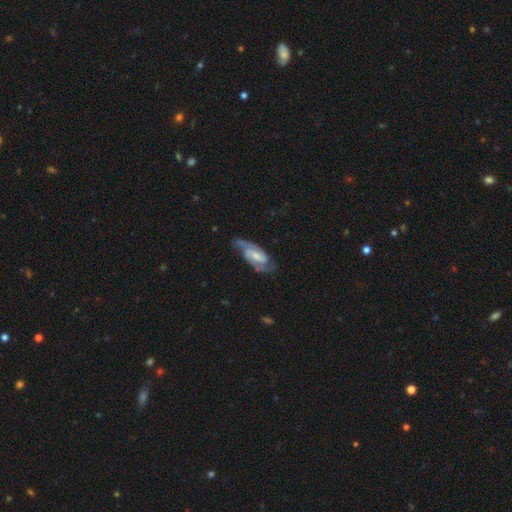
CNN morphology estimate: type=featured or disk (85%); edge-on=no (95%); bar=weak (49%); spiral arms=yes (96%); winding=medium (51%); arm count=2 (89%); bulge=small (47%); merging=none (72%).